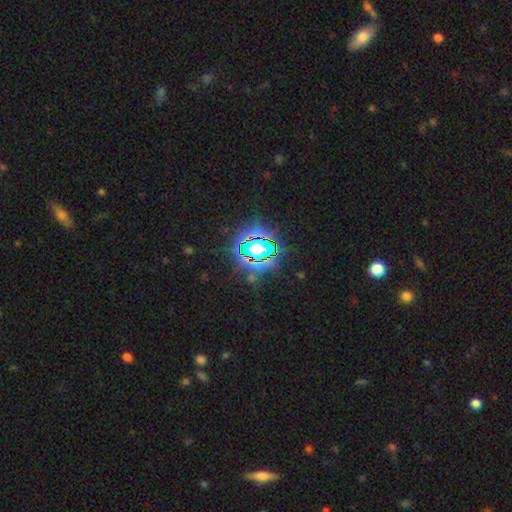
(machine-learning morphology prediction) smooth-or-featured: star or artifact: 80% | smooth: 12% | featured or disk: 8%